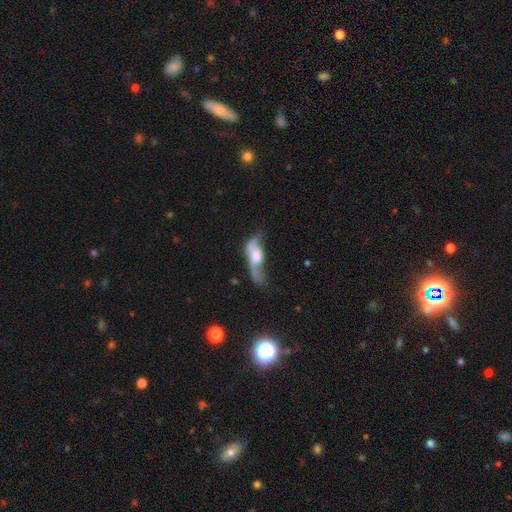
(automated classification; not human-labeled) A featured or disk galaxy (58%). Merging: major disturbance (44%).